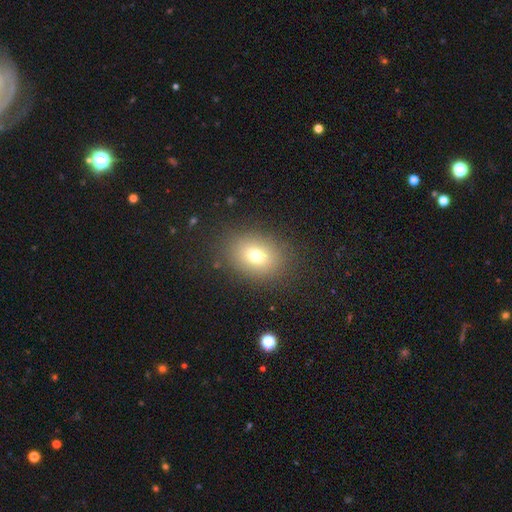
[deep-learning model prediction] Smooth or featured? smooth (73%)
How rounded? in between (63%)
Merging? none (85%)